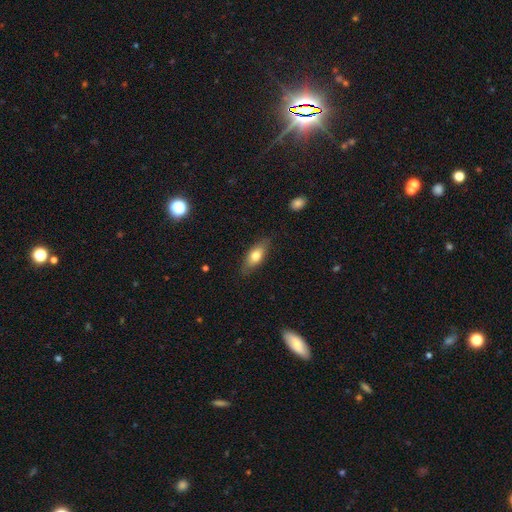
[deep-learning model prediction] Q: Smooth or featured?
A: smooth (70%); runner-up: featured or disk (24%)
Q: How rounded?
A: in between (75%); runner-up: cigar-shaped (21%)
Q: Merging?
A: none (82%); runner-up: minor disturbance (14%)